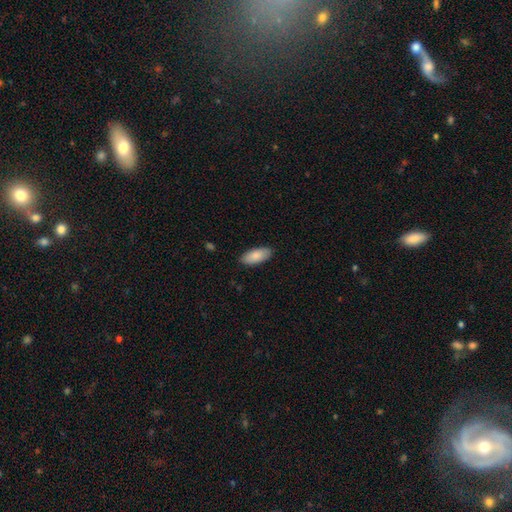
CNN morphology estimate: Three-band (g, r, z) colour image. It shows a smooth galaxy with no disk features (87%) that is in between round and cigar-shaped (89%). Merging: none (87%).